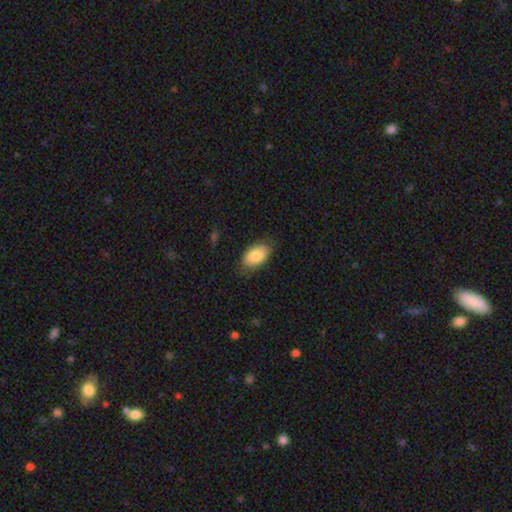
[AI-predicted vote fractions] Overall: smooth (82%). How rounded: in between (93%). Merging: none (78%).